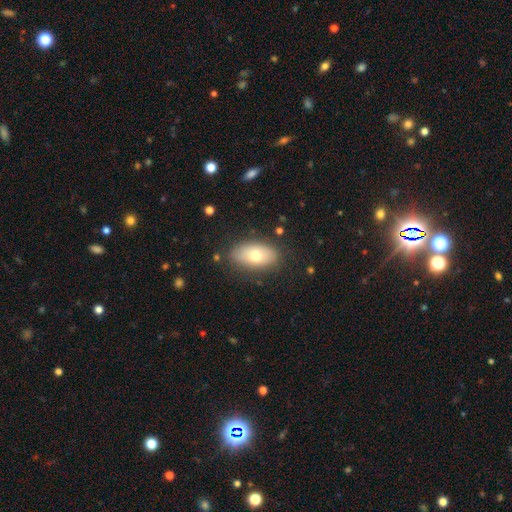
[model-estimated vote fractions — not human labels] A smooth galaxy with no disk features (69%) that is in between round and cigar-shaped (91%).

Vote fractions:
- Smooth or featured? smooth: 69% / featured or disk: 24% / star or artifact: 7%
- How rounded? in between: 91% / round: 6% / cigar-shaped: 3%
- Merging? none: 82% / minor disturbance: 13% / major disturbance: 3% / merger: 2%